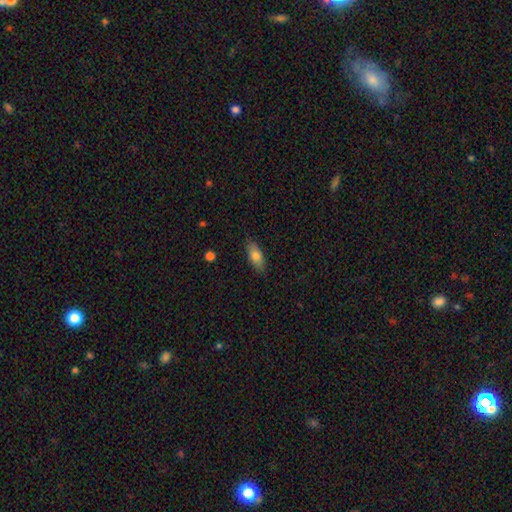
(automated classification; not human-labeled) The model was most divided on "how rounded": in between: 78%, cigar-shaped: 19%, round: 3%. More confident: merging — none (86%); smooth or featured — smooth (77%).